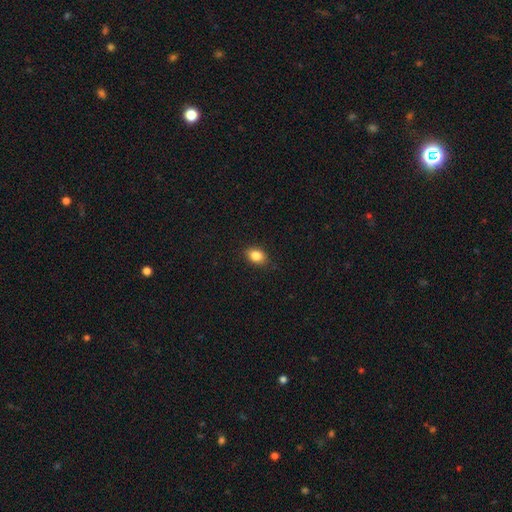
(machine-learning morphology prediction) A smooth galaxy with no disk features (85%) that is in between round and cigar-shaped (75%). Merging: none (87%).